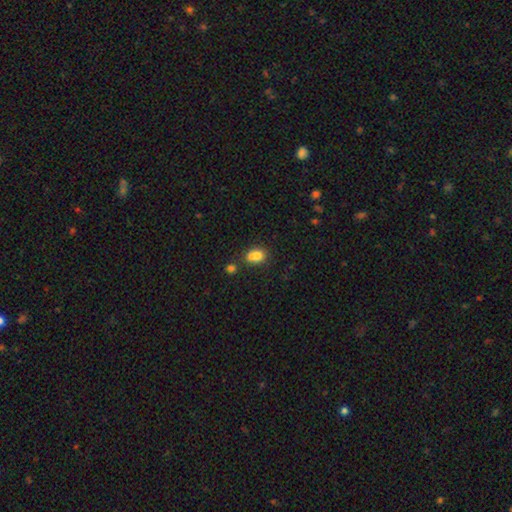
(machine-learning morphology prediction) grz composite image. It shows a smooth galaxy with no disk features (77%) that is in between round and cigar-shaped (61%). Merging: merger (43%).